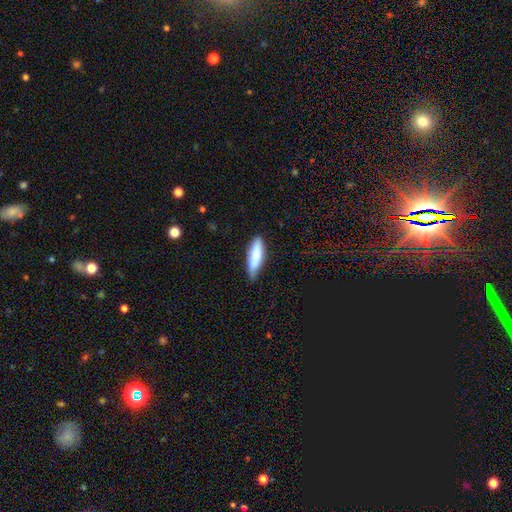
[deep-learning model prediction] smooth-or-featured: smooth: 81% | featured or disk: 13% | star or artifact: 6%
  how-rounded: cigar-shaped: 54% | in between: 44% | round: 2%
  merging: none: 71% | minor disturbance: 24% | major disturbance: 3% | merger: 1%